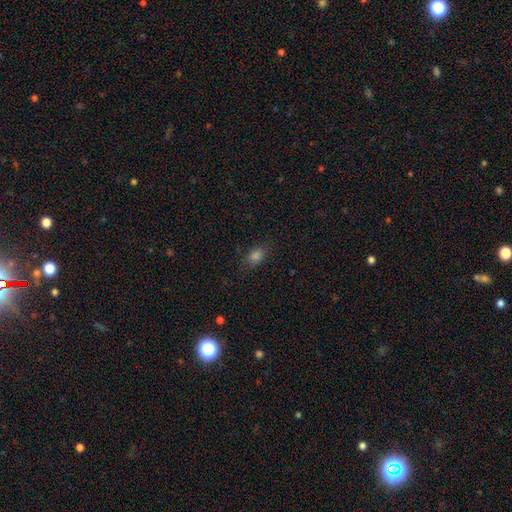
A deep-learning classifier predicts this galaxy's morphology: Q: Smooth or featured?
A: smooth (76%); runner-up: star or artifact (17%)
Q: How rounded?
A: in between (68%); runner-up: round (28%)
Q: Merging?
A: none (80%); runner-up: minor disturbance (14%)